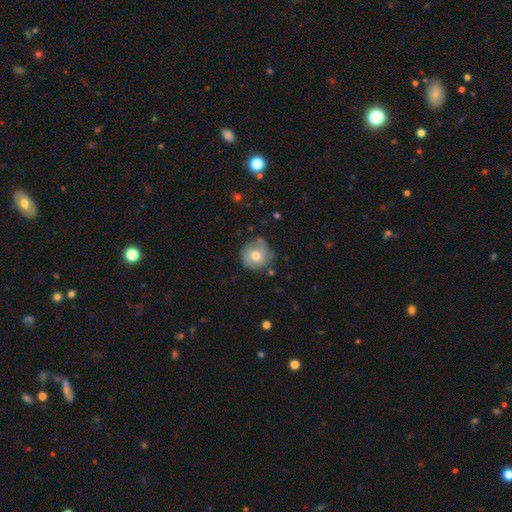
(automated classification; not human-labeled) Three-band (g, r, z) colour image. It shows a smooth galaxy with no disk features (61%) that is round (91%). Merging: none (71%).